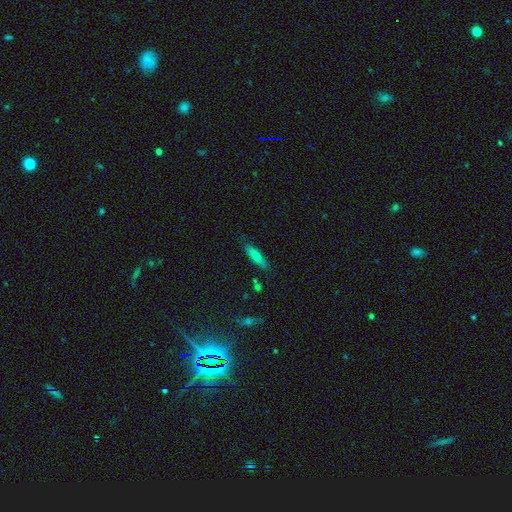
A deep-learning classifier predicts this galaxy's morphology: A smooth galaxy with no disk features (65%) that is cigar-shaped (68%). Merging: none (82%).